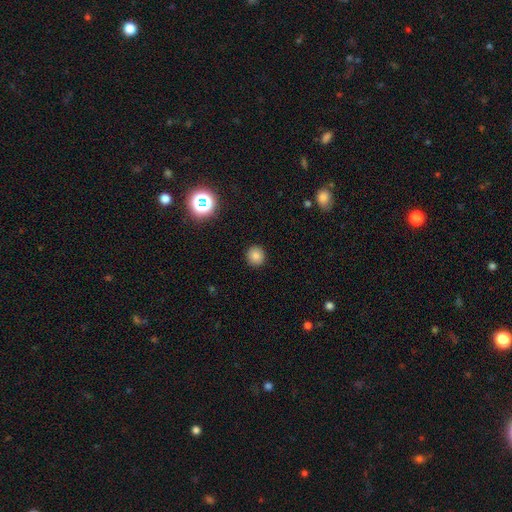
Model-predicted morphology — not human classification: smooth_or_featured: smooth (p=0.82) [alt: star or artifact p=0.13]
how_rounded: round (p=0.91) [alt: in between p=0.08]
merging: none (p=0.91) [alt: minor disturbance p=0.06]